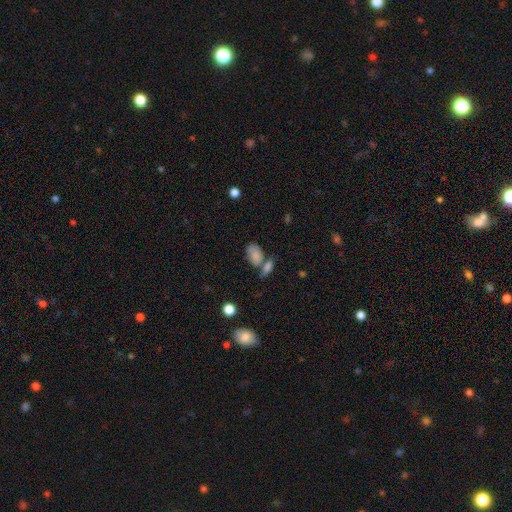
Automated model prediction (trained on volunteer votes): Q: Smooth or featured?
A: smooth (82%); runner-up: featured or disk (9%)
Q: How rounded?
A: in between (89%); runner-up: round (8%)
Q: Merging?
A: none (41%); runner-up: merger (38%)